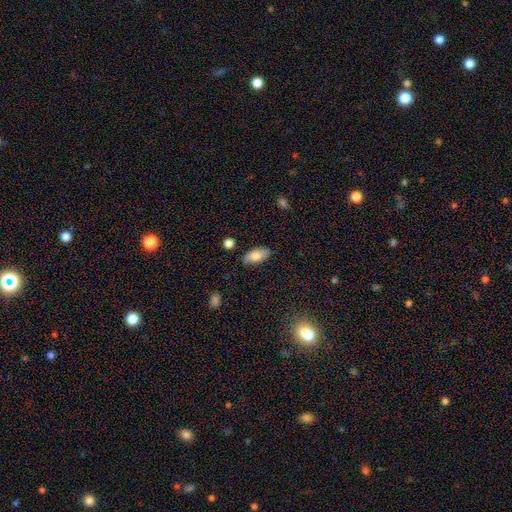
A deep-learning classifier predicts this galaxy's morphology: A smooth galaxy with no disk features (78%) that is in between round and cigar-shaped (91%). Merging: none (85%).